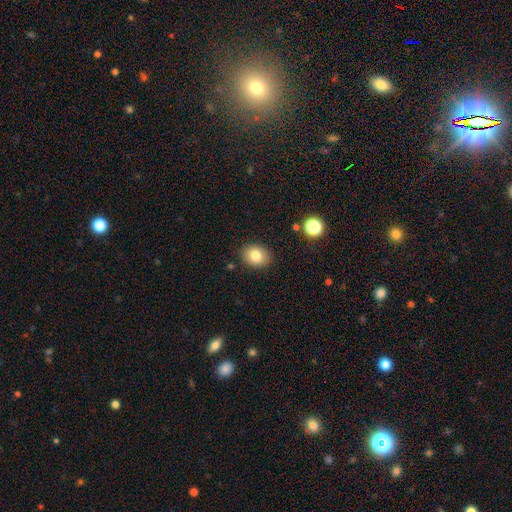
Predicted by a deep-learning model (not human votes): Morphology: type=smooth (81%); roundness=in between (52%); merging=none (88%).